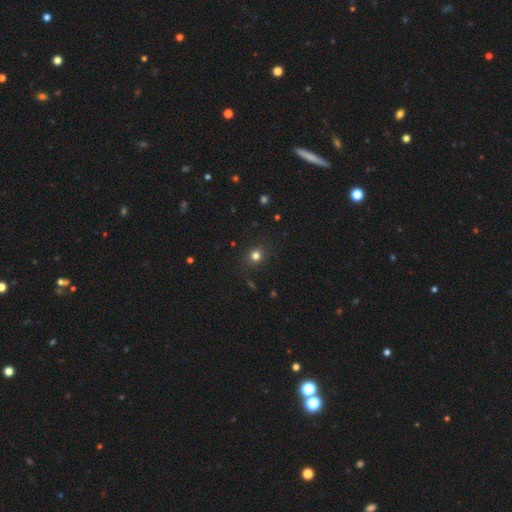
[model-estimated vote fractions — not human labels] Smooth or featured? smooth (79%)
How rounded? round (81%)
Merging? none (88%)